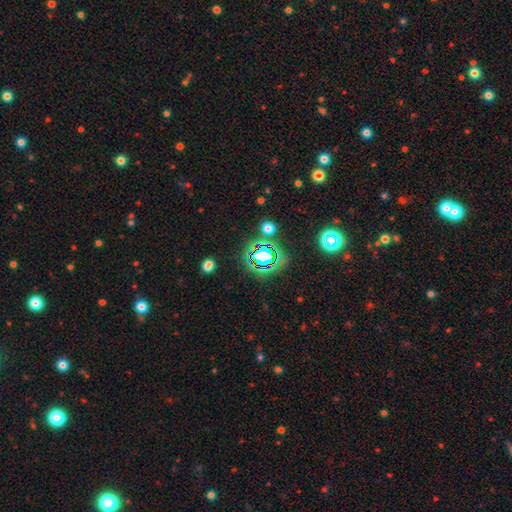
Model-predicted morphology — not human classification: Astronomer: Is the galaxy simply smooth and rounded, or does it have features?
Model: star or artifact — 73%.